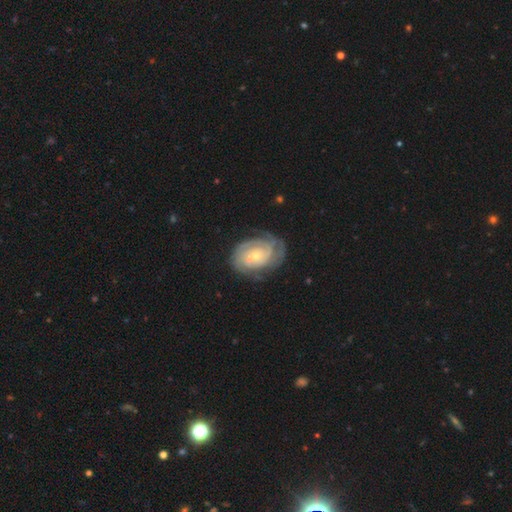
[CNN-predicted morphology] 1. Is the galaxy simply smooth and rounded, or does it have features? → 80% featured or disk, 14% smooth, 6% star or artifact.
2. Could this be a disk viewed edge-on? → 97% no, 3% yes.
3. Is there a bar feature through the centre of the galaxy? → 76% no, 20% weak, 4% strong.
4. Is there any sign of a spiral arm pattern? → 93% yes, 7% no.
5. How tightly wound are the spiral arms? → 73% tight, 21% medium, 6% loose.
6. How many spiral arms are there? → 40% can't tell, 23% 2, 16% 3, 10% 4, 5% more than 4, 5% 1.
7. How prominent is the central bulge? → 68% small, 28% moderate, 2% none, 2% large, 1% dominant.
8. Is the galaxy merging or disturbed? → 70% none, 20% minor disturbance, 9% major disturbance, 2% merger.